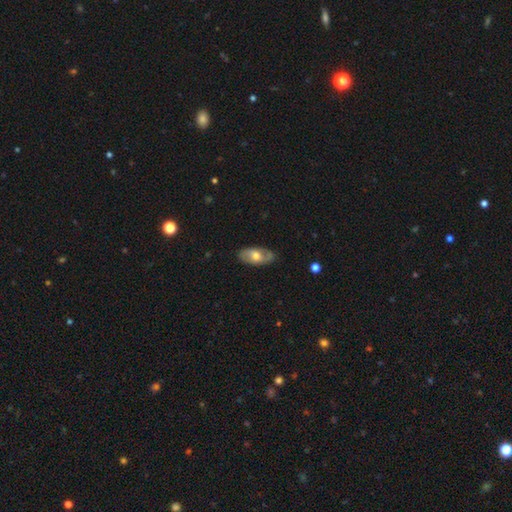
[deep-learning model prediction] Overall: featured or disk (54%; smooth 40%). Edge-on disk: no (87%). Merging: none (82%).